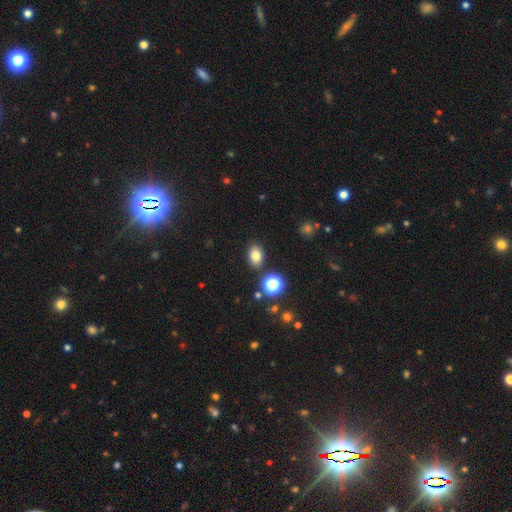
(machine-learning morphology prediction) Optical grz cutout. It shows a smooth galaxy with no disk features (79%) that is in between round and cigar-shaped (72%). Merging: none (85%).